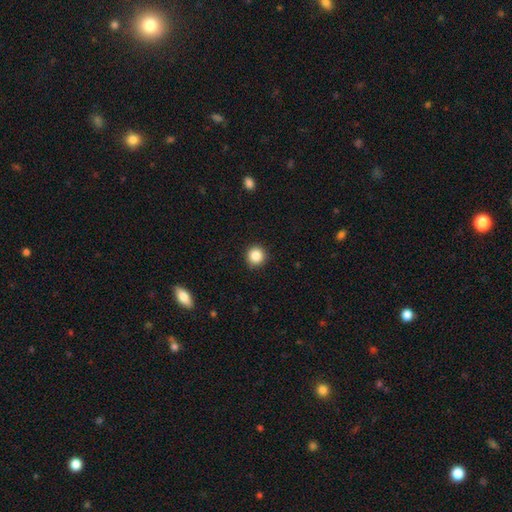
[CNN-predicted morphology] Overall: smooth (87%). How rounded: round (94%). Merging: none (92%).